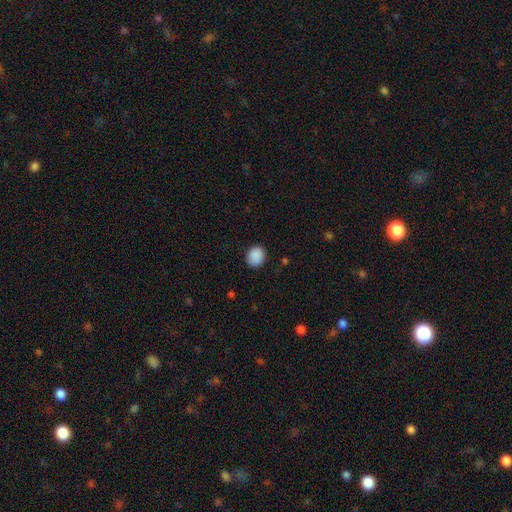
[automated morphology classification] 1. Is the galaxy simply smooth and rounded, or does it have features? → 90% smooth, 8% star or artifact, 3% featured or disk.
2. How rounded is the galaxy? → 65% round, 34% in between, 1% cigar-shaped.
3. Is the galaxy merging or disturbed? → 88% none, 9% minor disturbance, 2% major disturbance, 1% merger.